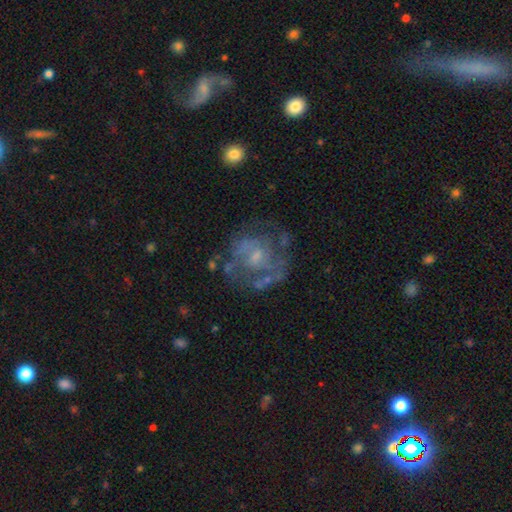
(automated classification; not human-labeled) Smooth or featured?
  - featured or disk: 75% *
  - smooth: 16%
  - star or artifact: 9%
Edge-on disk?
  - no: 98% *
  - yes: 2%
Bar?
  - no: 65% *
  - weak: 30%
  - strong: 5%
Spiral arms?
  - yes: 71% *
  - no: 29%
Spiral winding?
  - tight: 43% *
  - medium: 41%
  - loose: 16%
Spiral arm count?
  - 2: 38% *
  - can't tell: 37%
  - 3: 12%
  - 1: 6%
  - 4: 4%
  - more than 4: 3%
Bulge size?
  - small: 57% *
  - moderate: 29%
  - none: 10%
  - large: 2%
  - dominant: 1%
Merging?
  - none: 62% *
  - minor disturbance: 18%
  - major disturbance: 16%
  - merger: 3%